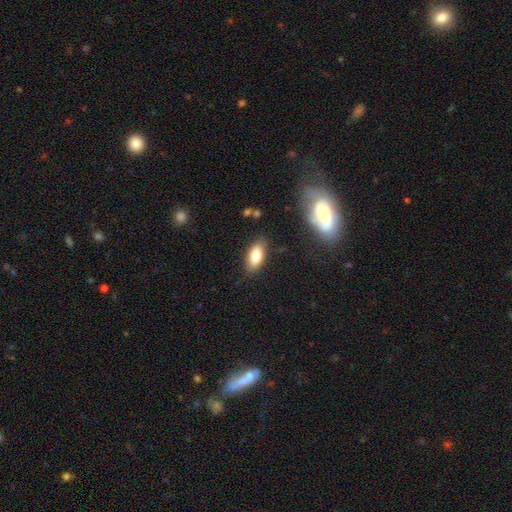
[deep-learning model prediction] A smooth galaxy with no disk features (82%) that is in between round and cigar-shaped (88%).

Vote fractions:
- Smooth or featured? smooth: 82% / featured or disk: 11% / star or artifact: 8%
- How rounded? in between: 88% / cigar-shaped: 9% / round: 3%
- Merging? none: 83% / minor disturbance: 13% / major disturbance: 3% / merger: 2%